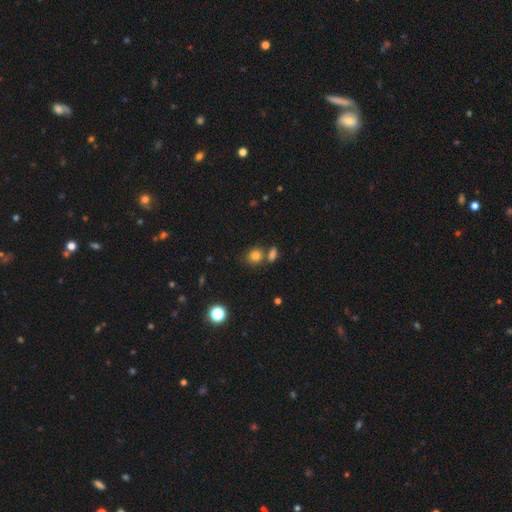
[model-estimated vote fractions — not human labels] This appears to be a smooth galaxy with no disk features (81%) that is round (74%). Merging: none (64%).